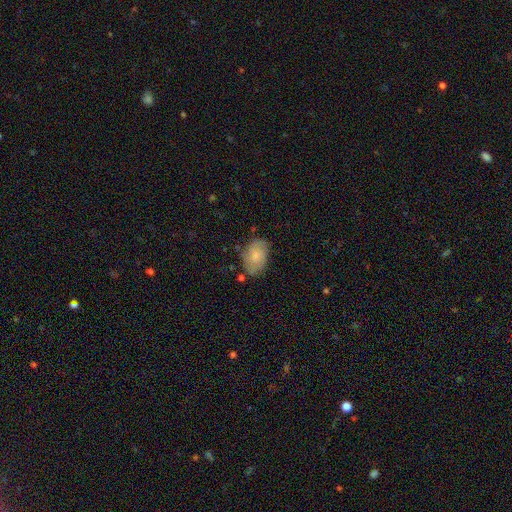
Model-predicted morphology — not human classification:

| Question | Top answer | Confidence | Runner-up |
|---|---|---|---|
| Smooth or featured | smooth | 62% | featured or disk (31%) |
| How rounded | in between | 87% | round (12%) |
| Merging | none | 65% | minor disturbance (24%) |